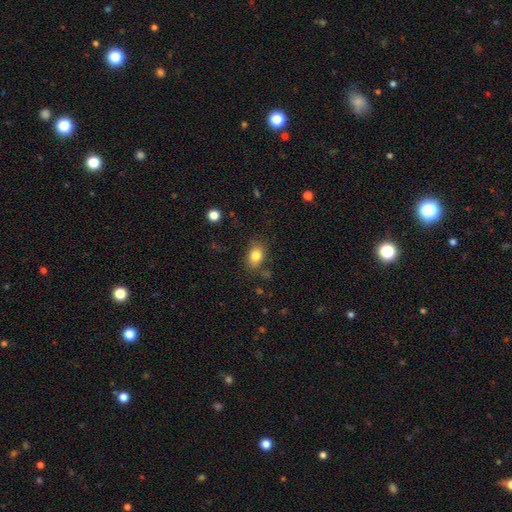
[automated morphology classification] Smooth or featured?
  - smooth: 82% *
  - star or artifact: 10%
  - featured or disk: 8%
How rounded?
  - in between: 66% *
  - round: 32%
  - cigar-shaped: 1%
Merging?
  - none: 78% *
  - minor disturbance: 14%
  - major disturbance: 4%
  - merger: 3%